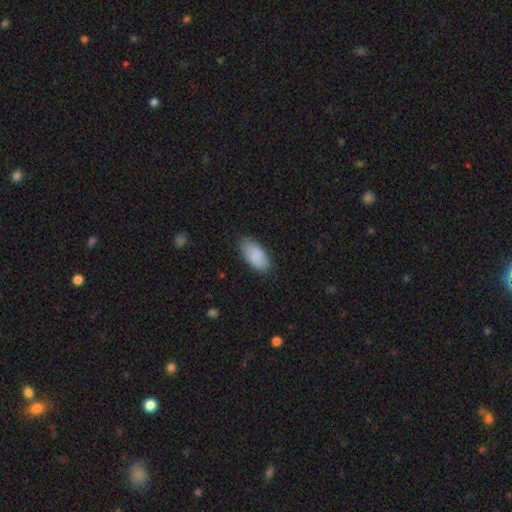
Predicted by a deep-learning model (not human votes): smooth_or_featured: smooth (p=0.89) [alt: star or artifact p=0.06]
how_rounded: in between (p=0.92) [alt: cigar-shaped p=0.06]
merging: none (p=0.83) [alt: minor disturbance p=0.13]